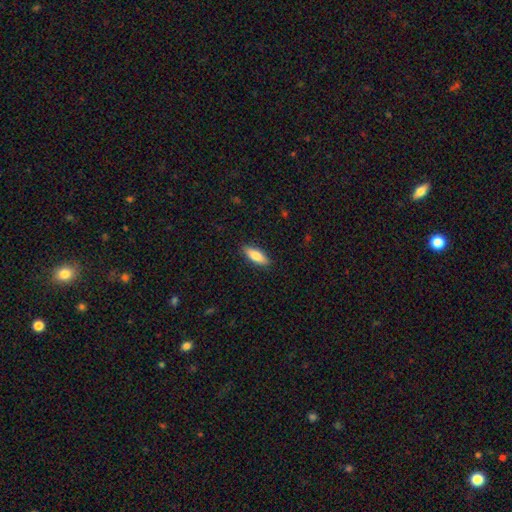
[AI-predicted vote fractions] A smooth galaxy with no disk features (77%) that is in between round and cigar-shaped (57%).

Vote fractions:
- Smooth or featured? smooth: 77% / featured or disk: 18% / star or artifact: 6%
- How rounded? in between: 57% / cigar-shaped: 41% / round: 2%
- Merging? none: 89% / minor disturbance: 8% / major disturbance: 2% / merger: 1%